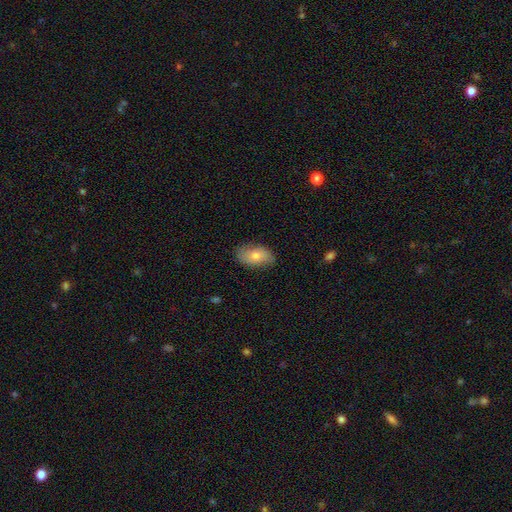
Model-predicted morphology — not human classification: Smooth or featured?
  - smooth: 72% *
  - featured or disk: 21%
  - star or artifact: 7%
How rounded?
  - in between: 92% *
  - round: 5%
  - cigar-shaped: 2%
Merging?
  - none: 79% *
  - minor disturbance: 16%
  - major disturbance: 3%
  - merger: 1%